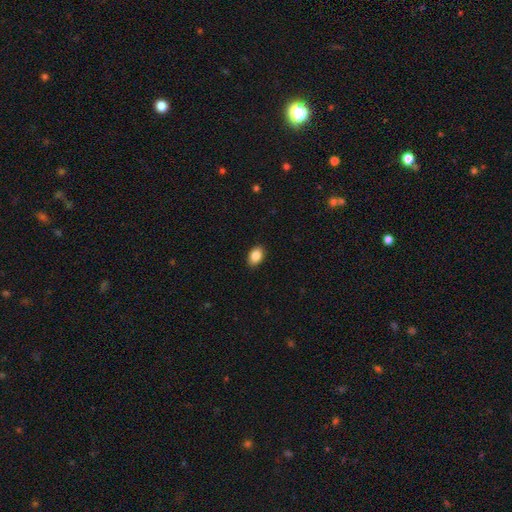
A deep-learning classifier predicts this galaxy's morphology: This is clearly a smooth galaxy (87%). How rounded: clearly in between (86%). Merging: clearly none (89%).